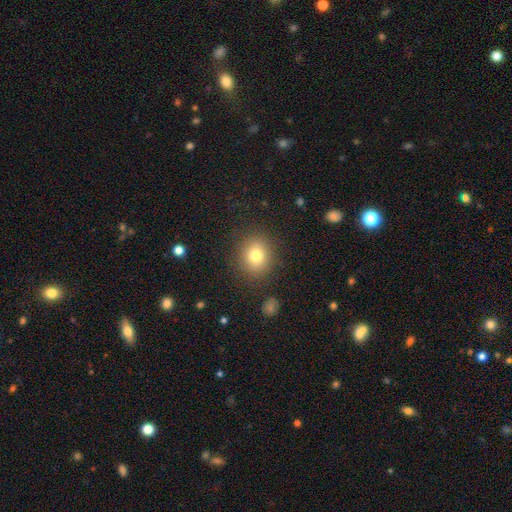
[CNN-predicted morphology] A smooth galaxy with no disk features (78%) that is round (76%). Merging: none (86%).